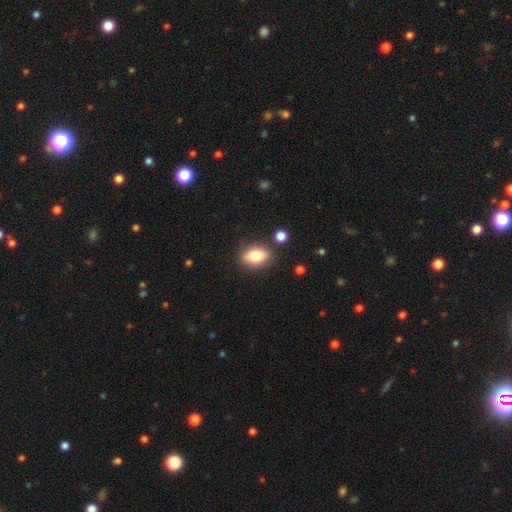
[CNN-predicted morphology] Smooth or featured: smooth — 75% (featured or disk — 16%)
How rounded: in between — 81% (round — 13%)
Merging: none — 84% (minor disturbance — 10%)